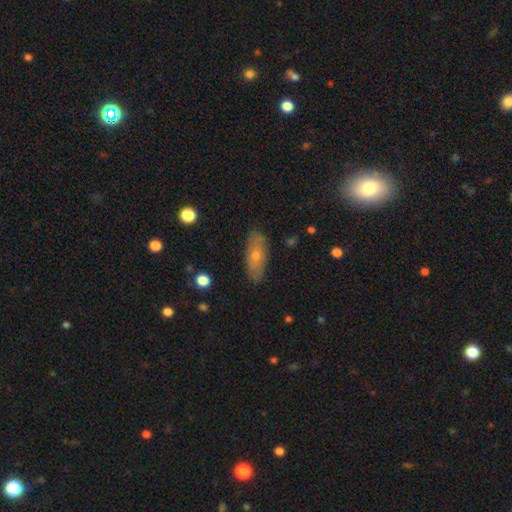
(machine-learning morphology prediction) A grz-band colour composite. It shows a smooth galaxy with no disk features (52%) that is in between round and cigar-shaped (67%). Merging: none (83%).